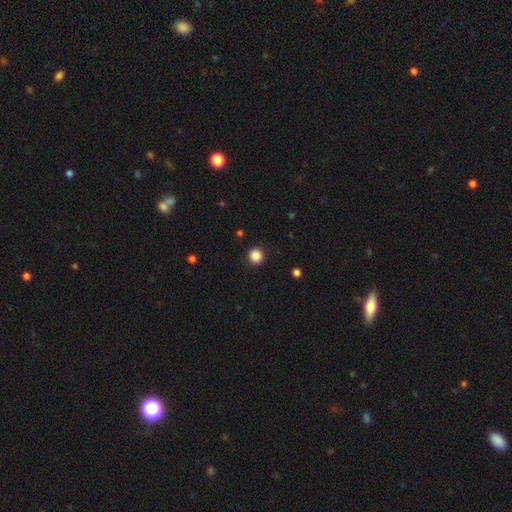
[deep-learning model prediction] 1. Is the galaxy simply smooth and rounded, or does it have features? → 87% smooth, 10% star or artifact, 3% featured or disk.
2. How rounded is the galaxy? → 95% round, 4% in between, 1% cigar-shaped.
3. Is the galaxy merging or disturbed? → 92% none, 5% minor disturbance, 2% major disturbance, 1% merger.